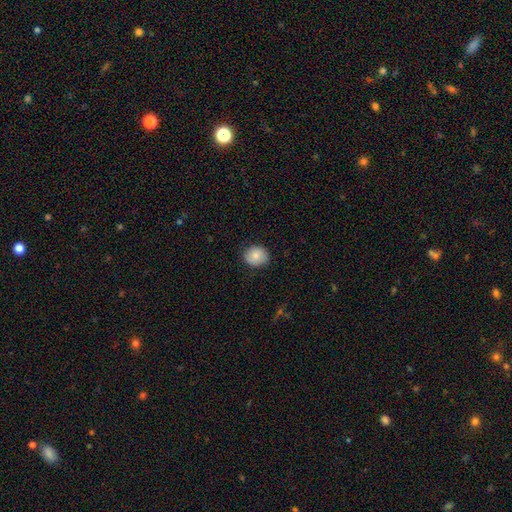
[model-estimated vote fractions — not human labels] This appears to be a smooth galaxy with no disk features (83%) that is round (69%). Merging: none (82%).